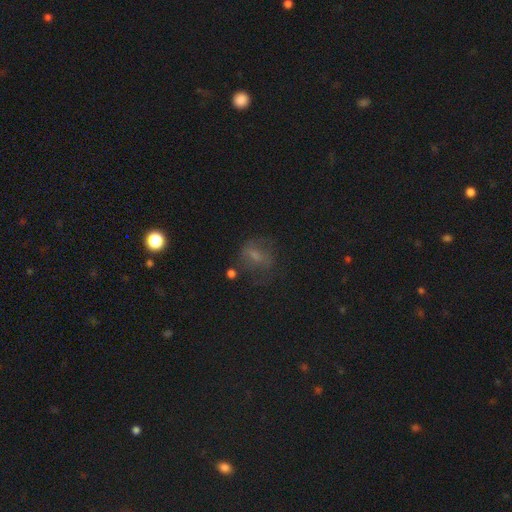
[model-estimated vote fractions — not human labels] smooth-or-featured: smooth: 49% | featured or disk: 29% | star or artifact: 22%
  merging: none: 56% | minor disturbance: 22% | major disturbance: 18% | merger: 3%